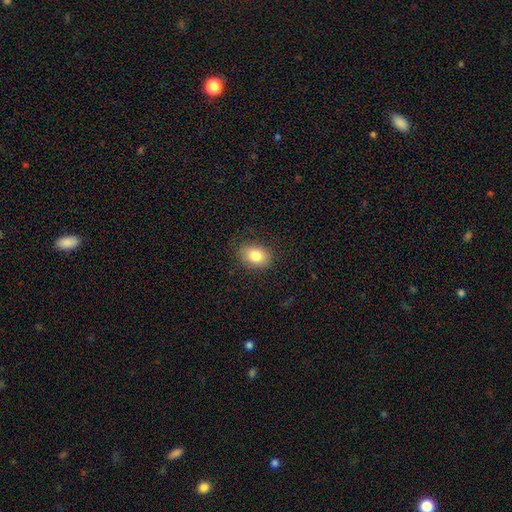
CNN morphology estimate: smooth-or-featured: smooth: 83% | featured or disk: 9% | star or artifact: 9%
  how-rounded: in between: 75% | round: 24% | cigar-shaped: 1%
  merging: none: 84% | minor disturbance: 12% | major disturbance: 3% | merger: 1%